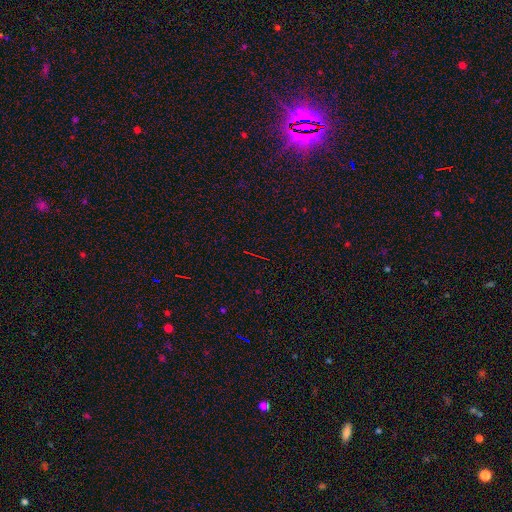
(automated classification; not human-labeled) This appears to be a star or artifact, not a galaxy (75%).